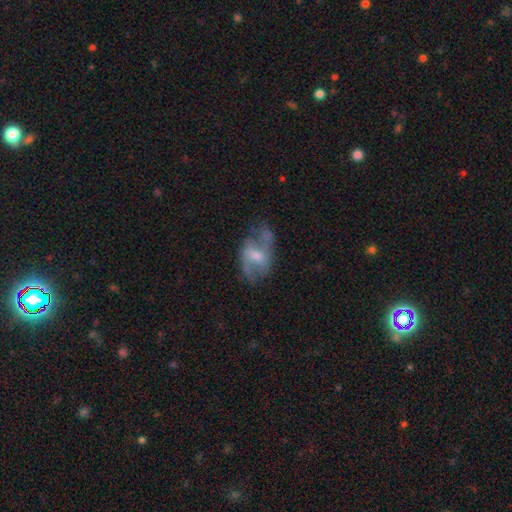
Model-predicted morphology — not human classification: Smooth or featured: featured or disk — 70% (smooth — 23%)
Edge-on disk: no — 95% (yes — 5%)
Bar: weak — 49% (no — 31%)
Spiral arms: yes — 76% (no — 24%)
Spiral winding: loose — 48% (medium — 39%)
Spiral arm count: 2 — 78% (can't tell — 13%)
Bulge size: moderate — 47% (small — 40%)
Merging: none — 54% (minor disturbance — 25%)